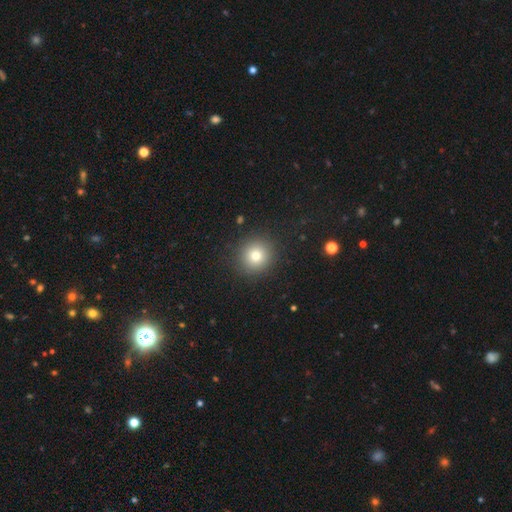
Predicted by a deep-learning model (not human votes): Morphology: type=smooth (77%); roundness=round (93%); merging=none (90%).